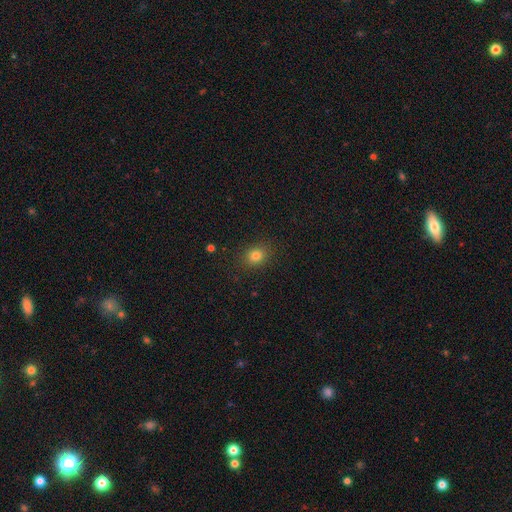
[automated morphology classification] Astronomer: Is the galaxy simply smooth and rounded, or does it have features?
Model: smooth — 80%.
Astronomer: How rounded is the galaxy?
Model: round — 62%.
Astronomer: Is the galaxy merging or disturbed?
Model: none — 88%.